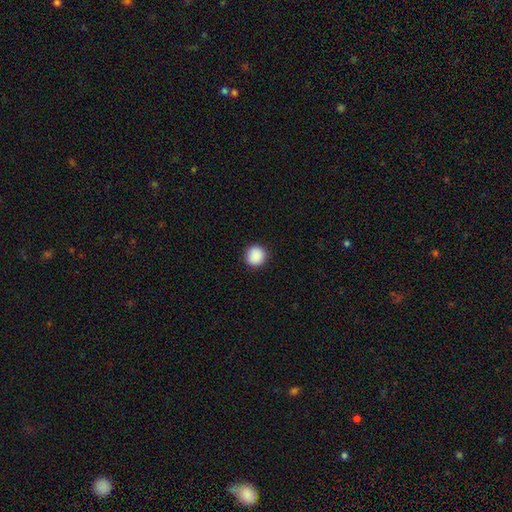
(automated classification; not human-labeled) smooth_or_featured: smooth (p=0.90) [alt: star or artifact p=0.08]
how_rounded: round (p=0.94) [alt: in between p=0.05]
merging: none (p=0.92) [alt: minor disturbance p=0.05]